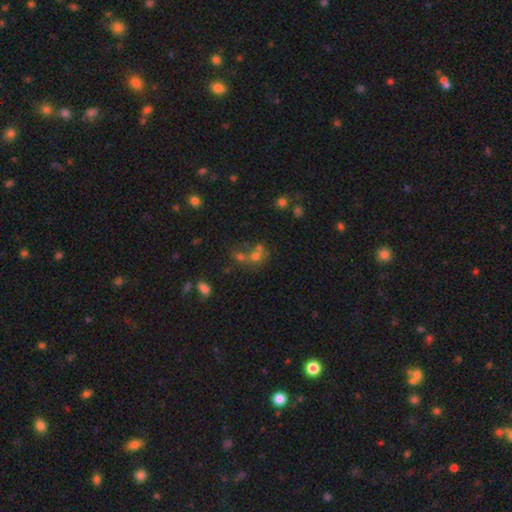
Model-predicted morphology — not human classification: Smooth or featured?
  - smooth: 53% *
  - star or artifact: 25%
  - featured or disk: 21%
How rounded?
  - round: 67% *
  - in between: 32%
  - cigar-shaped: 1%
Merging?
  - merger: 51% *
  - none: 33%
  - minor disturbance: 9%
  - major disturbance: 7%